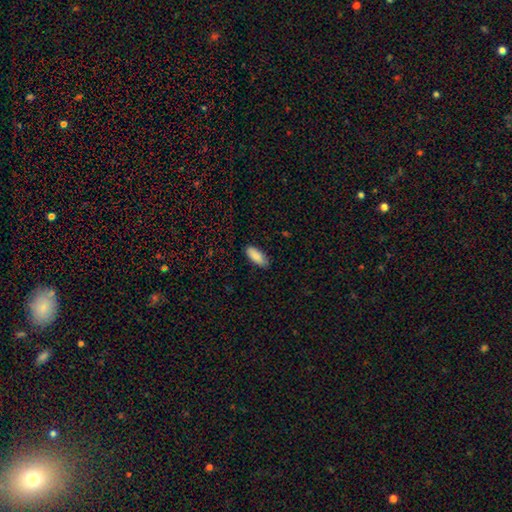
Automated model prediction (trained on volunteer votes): Q: Smooth or featured?
A: smooth (89%); runner-up: star or artifact (6%)
Q: How rounded?
A: in between (83%); runner-up: cigar-shaped (15%)
Q: Merging?
A: none (83%); runner-up: minor disturbance (13%)